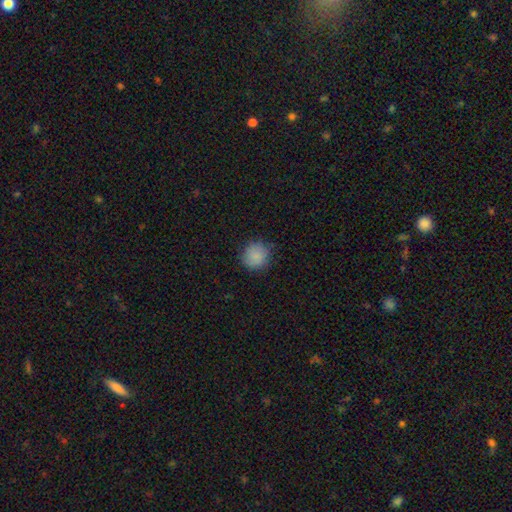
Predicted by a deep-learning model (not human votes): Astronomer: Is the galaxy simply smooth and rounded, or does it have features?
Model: smooth — 86%.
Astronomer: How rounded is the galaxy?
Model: round — 93%.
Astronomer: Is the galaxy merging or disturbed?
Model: none — 86%.